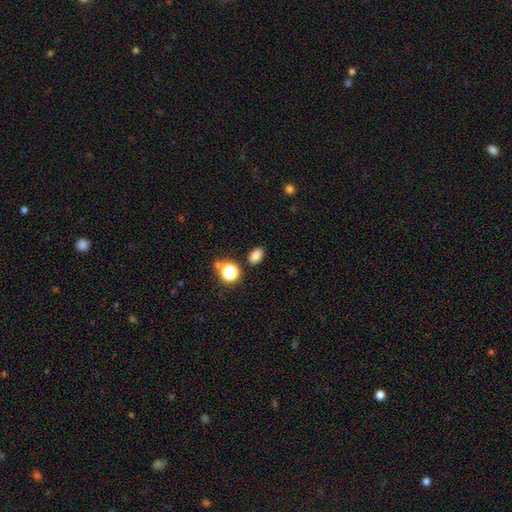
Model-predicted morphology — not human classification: Smooth or featured?
  - smooth: 80% *
  - star or artifact: 15%
  - featured or disk: 5%
How rounded?
  - in between: 79% *
  - round: 20%
  - cigar-shaped: 1%
Merging?
  - none: 84% *
  - minor disturbance: 10%
  - merger: 4%
  - major disturbance: 3%